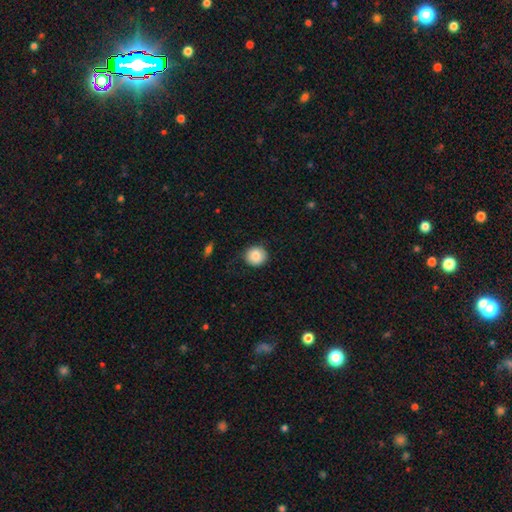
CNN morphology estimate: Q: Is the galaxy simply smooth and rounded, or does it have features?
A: smooth — 85%.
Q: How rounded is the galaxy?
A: round — 91%.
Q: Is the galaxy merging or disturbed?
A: none — 85%.